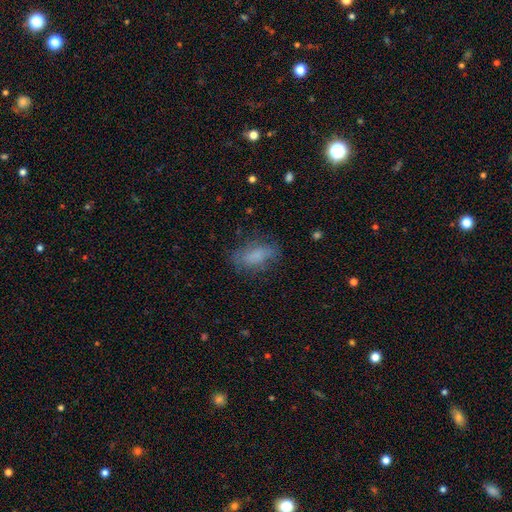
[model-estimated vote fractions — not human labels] A smooth galaxy with no disk features (75%) that is in between round and cigar-shaped (86%). Merging: none (70%).